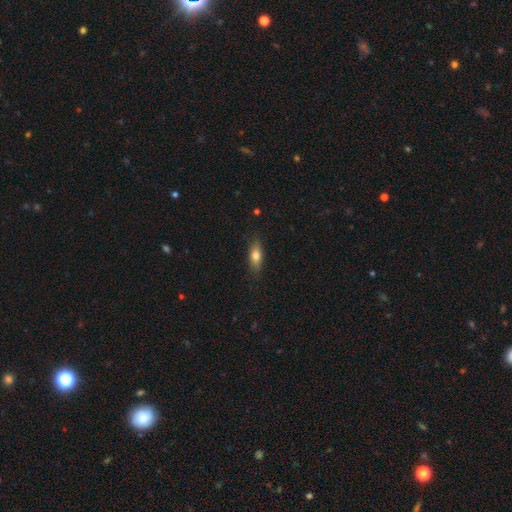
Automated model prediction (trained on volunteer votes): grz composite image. It shows a smooth galaxy with no disk features (75%) that is in between round and cigar-shaped (70%). Merging: none (83%).